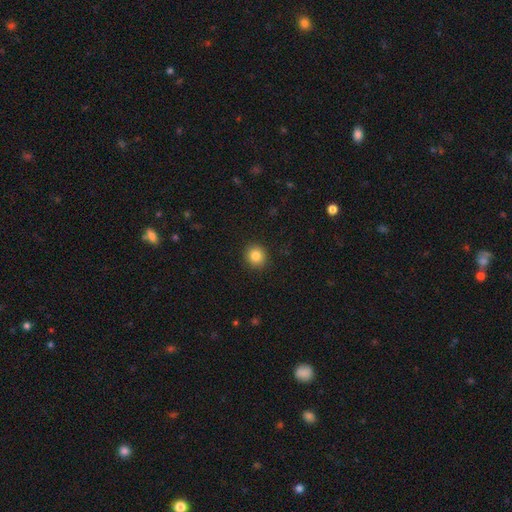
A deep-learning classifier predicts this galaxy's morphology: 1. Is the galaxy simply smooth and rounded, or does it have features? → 84% smooth, 10% star or artifact, 6% featured or disk.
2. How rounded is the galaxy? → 87% round, 12% in between, 1% cigar-shaped.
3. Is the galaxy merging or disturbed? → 92% none, 6% minor disturbance, 2% major disturbance, 1% merger.